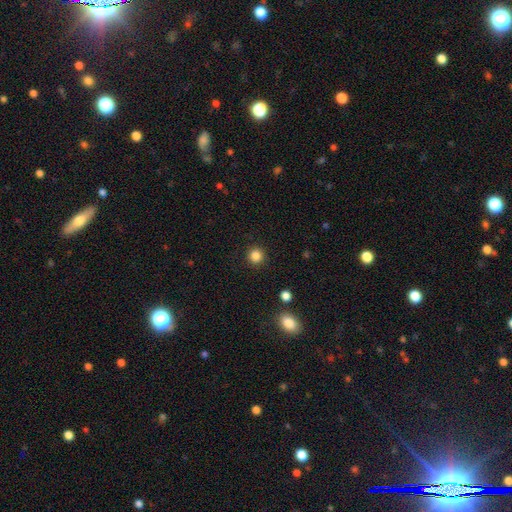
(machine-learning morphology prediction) type=smooth (85%); roundness=round (94%); merging=none (92%).